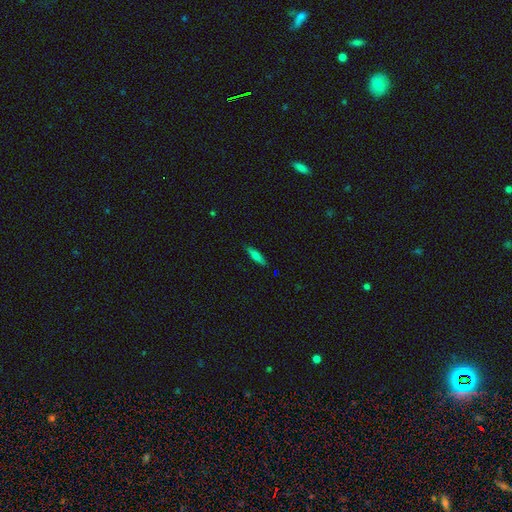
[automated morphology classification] A smooth galaxy with no disk features (62%) that is cigar-shaped (73%).

Vote fractions:
- Smooth or featured? smooth: 62% / featured or disk: 30% / star or artifact: 8%
- How rounded? cigar-shaped: 73% / in between: 25% / round: 2%
- Merging? none: 87% / minor disturbance: 10% / major disturbance: 2% / merger: 1%